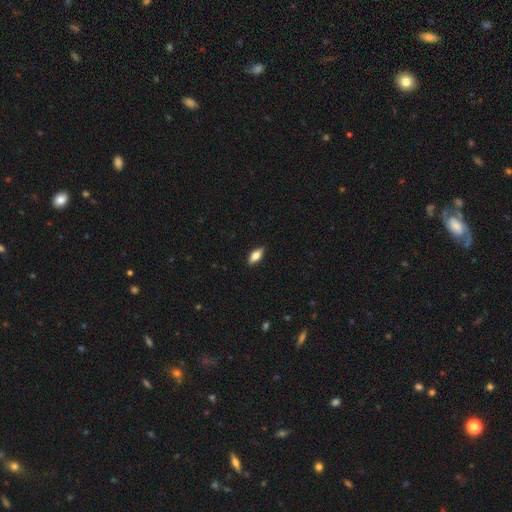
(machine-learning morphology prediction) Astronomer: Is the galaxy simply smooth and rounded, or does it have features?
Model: smooth — 71%.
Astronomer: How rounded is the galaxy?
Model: in between — 79%.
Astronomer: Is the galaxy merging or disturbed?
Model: none — 88%.